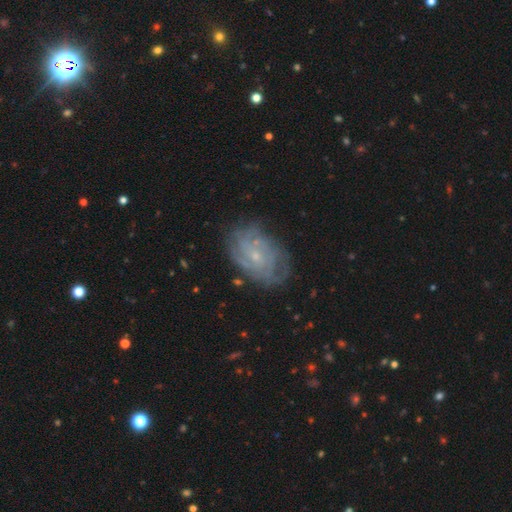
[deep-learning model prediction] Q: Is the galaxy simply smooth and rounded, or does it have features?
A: featured or disk — 76%.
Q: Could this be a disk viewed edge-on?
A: no — 96%.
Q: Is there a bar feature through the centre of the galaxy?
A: no — 71%.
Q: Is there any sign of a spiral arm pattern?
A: yes — 88%.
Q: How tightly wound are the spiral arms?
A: tight — 64%.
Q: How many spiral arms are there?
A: can't tell — 48%.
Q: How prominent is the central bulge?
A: small — 79%.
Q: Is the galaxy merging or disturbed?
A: none — 73%.